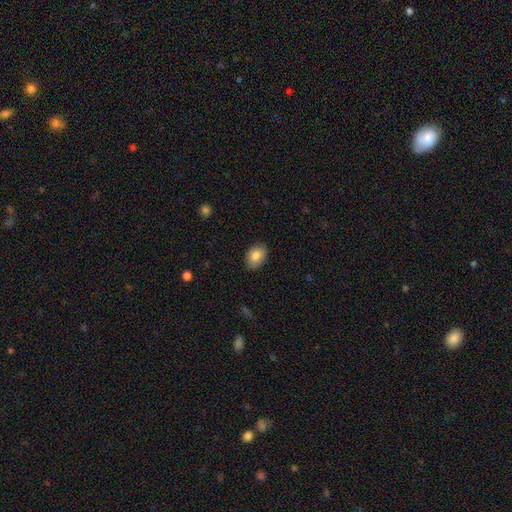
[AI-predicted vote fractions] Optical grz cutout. It shows a smooth galaxy with no disk features (82%) that is in between round and cigar-shaped (80%). Merging: none (87%).